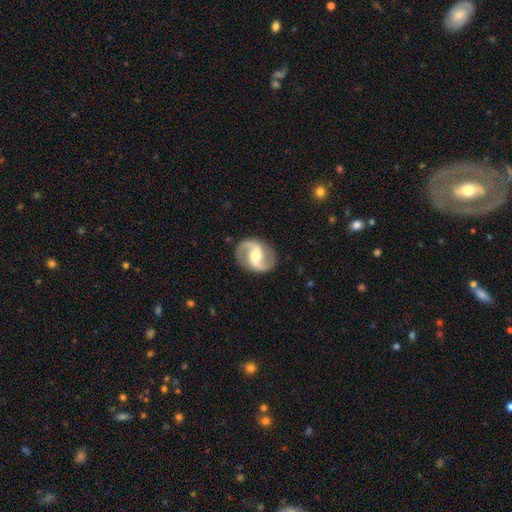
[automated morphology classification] Smooth or featured: featured or disk — 91% (smooth — 5%)
Edge-on disk: no — 98% (yes — 2%)
Bar: weak — 43% (no — 30%)
Spiral arms: yes — 97% (no — 3%)
Spiral winding: medium — 51% (loose — 35%)
Spiral arm count: 2 — 94% (can't tell — 1%)
Bulge size: moderate — 64% (small — 26%)
Merging: none — 87% (minor disturbance — 8%)